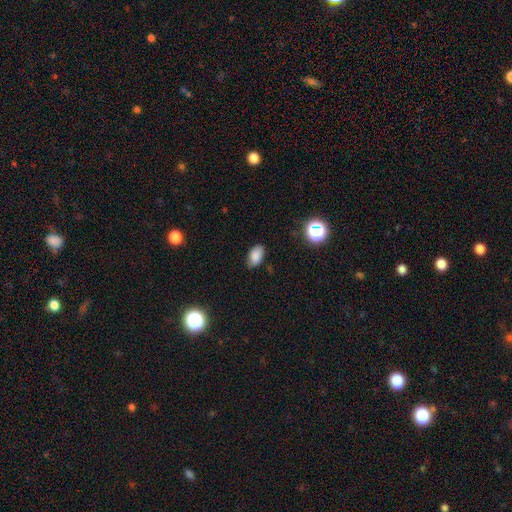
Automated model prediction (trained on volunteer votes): This is clearly a smooth galaxy (84%). How rounded: clearly in between (91%). Merging: clearly none (81%).